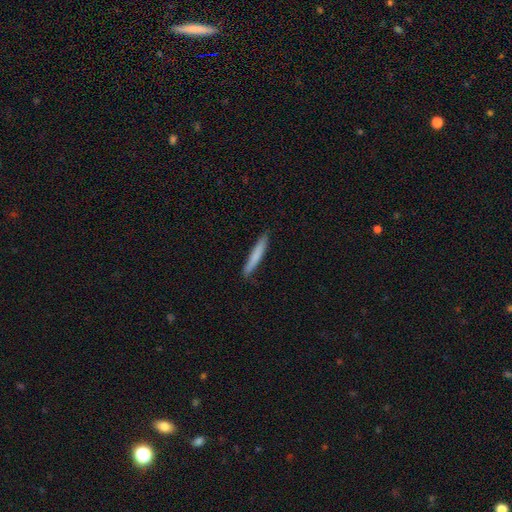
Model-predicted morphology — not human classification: The model was most divided on "smooth or featured": smooth: 77%, featured or disk: 17%, star or artifact: 6%. More confident: how rounded — cigar-shaped (95%); merging — none (88%).